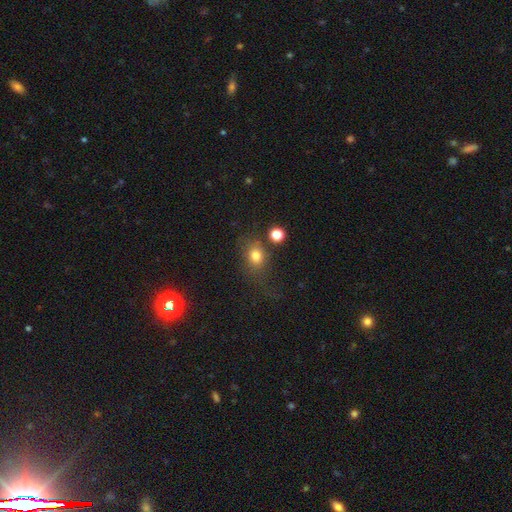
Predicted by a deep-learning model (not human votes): smooth 77%, star or artifact 13%, featured or disk 10%. Down the decision tree: how rounded — in between (51%); merging — none (55%).